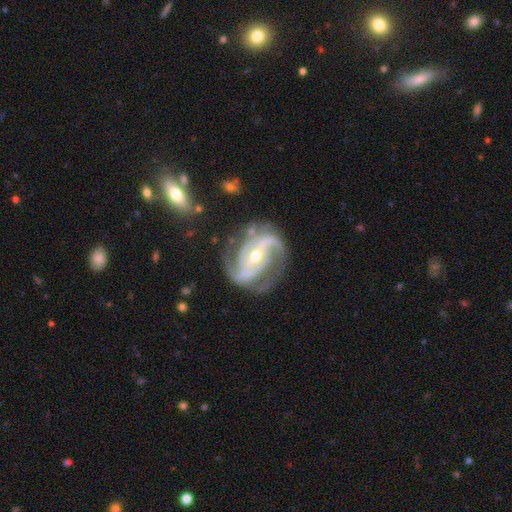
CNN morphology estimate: A featured or disk galaxy (92%) with a strong bar (41%), 2 (47%) medium (50%) spiral arms (98%) and a small central bulge (50%).

Vote fractions:
- Smooth or featured? featured or disk: 92% / star or artifact: 4% / smooth: 4%
- Edge-on disk? no: 97% / yes: 3%
- Bar? strong: 41% / weak: 34% / no: 25%
- Spiral arms? yes: 98% / no: 2%
- Spiral winding? medium: 50% / tight: 32% / loose: 17%
- Spiral arm count? 2: 47% / 3: 32% / can't tell: 8% / 4: 5% / 1: 4% / more than 4: 4%
- Bulge size? small: 50% / moderate: 47% / large: 2% / none: 1% / dominant: 1%
- Merging? none: 66% / minor disturbance: 20% / major disturbance: 11% / merger: 2%